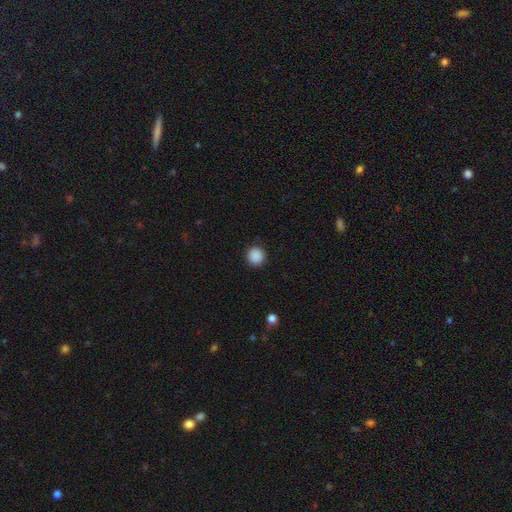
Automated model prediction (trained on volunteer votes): Q: Smooth or featured?
A: smooth (89%); runner-up: star or artifact (9%)
Q: How rounded?
A: round (94%); runner-up: in between (5%)
Q: Merging?
A: none (92%); runner-up: minor disturbance (5%)